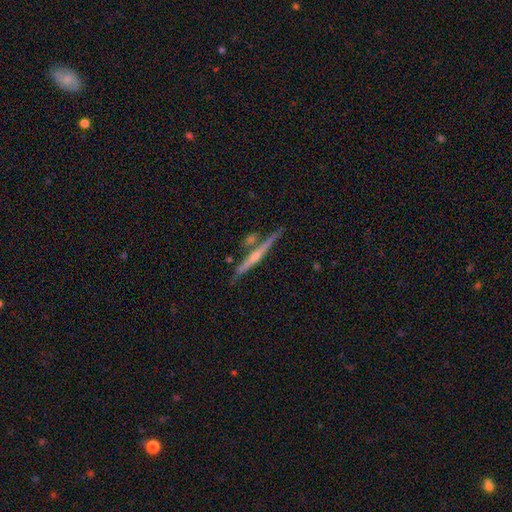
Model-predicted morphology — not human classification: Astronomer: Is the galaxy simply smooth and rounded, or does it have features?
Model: featured or disk — 76%.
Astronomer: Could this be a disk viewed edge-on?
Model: yes — 97%.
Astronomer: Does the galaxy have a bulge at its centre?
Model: rounded — 69%.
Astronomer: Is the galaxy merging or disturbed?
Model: none — 81%.